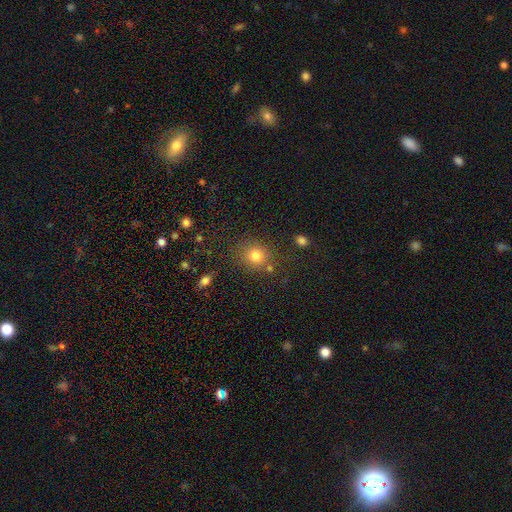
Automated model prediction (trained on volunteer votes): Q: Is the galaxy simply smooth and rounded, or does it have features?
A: smooth — 78%.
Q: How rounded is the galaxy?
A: round — 79%.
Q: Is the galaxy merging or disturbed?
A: none — 76%.